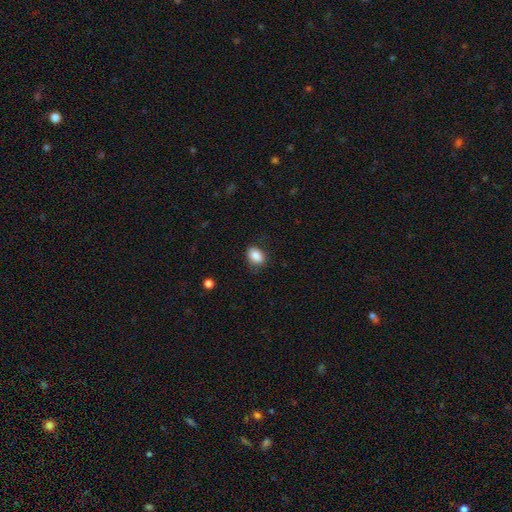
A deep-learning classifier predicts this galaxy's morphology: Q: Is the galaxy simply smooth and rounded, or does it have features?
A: smooth — 87%.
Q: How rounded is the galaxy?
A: in between — 74%.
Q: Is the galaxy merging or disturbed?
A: none — 78%.